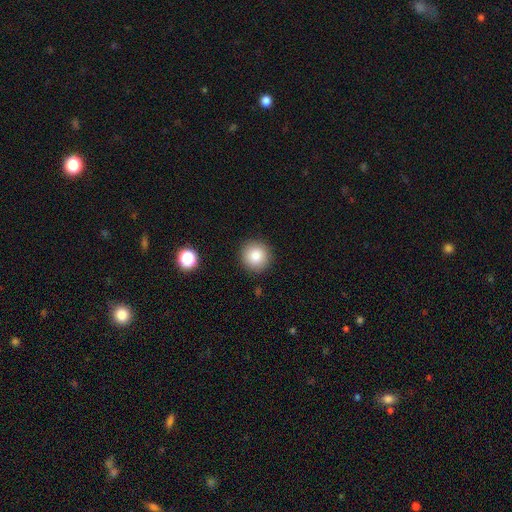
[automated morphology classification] type=smooth (83%); roundness=round (94%); merging=none (90%).